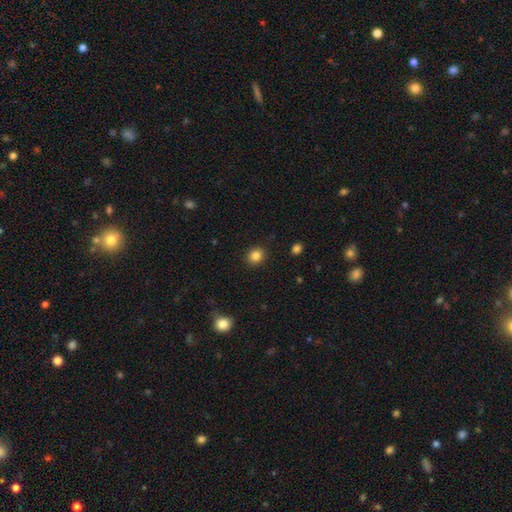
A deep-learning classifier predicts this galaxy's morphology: Smooth or featured: smooth — 85% (star or artifact — 11%)
How rounded: round — 78% (in between — 21%)
Merging: none — 90% (minor disturbance — 7%)